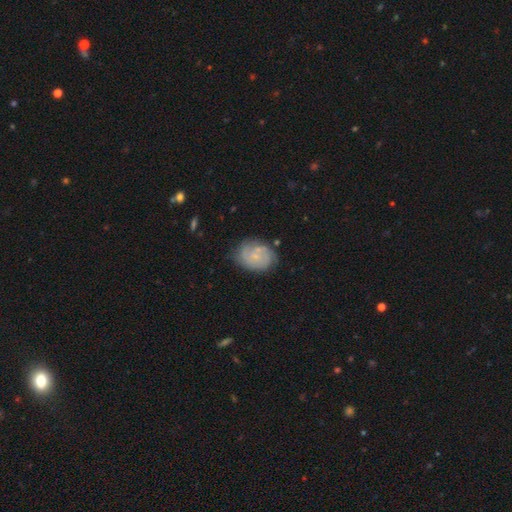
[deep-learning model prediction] Smooth or featured? featured or disk (63%)
Edge-on disk? no (98%)
Bar? no (70%)
Spiral arms? yes (87%)
Spiral winding? tight (56%)
Spiral arm count? can't tell (37%)
Bulge size? small (73%)
Merging? none (70%)